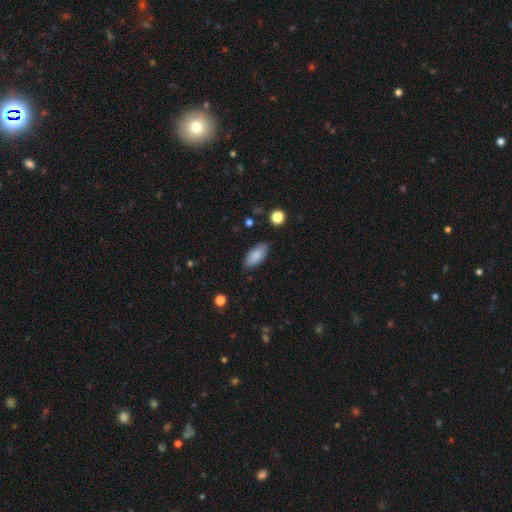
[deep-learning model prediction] This appears to be a smooth galaxy with no disk features (86%) that is in between round and cigar-shaped (89%). Merging: none (86%).